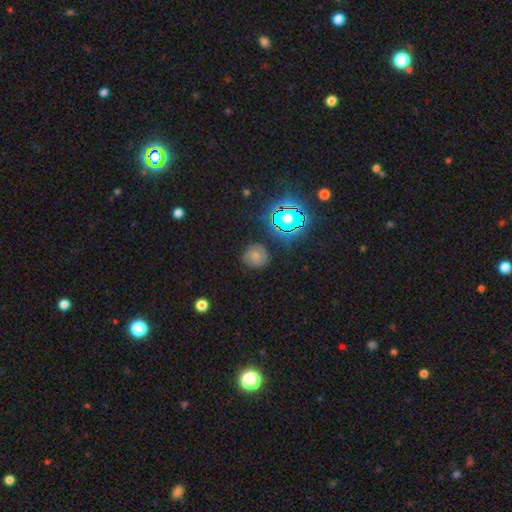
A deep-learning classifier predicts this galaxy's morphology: This is likely a smooth galaxy (61%). How rounded: clearly round (87%). Merging: likely none (79%).